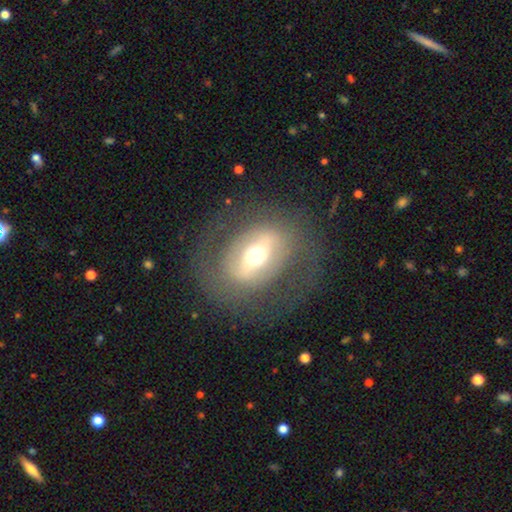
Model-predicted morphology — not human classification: Overall: featured or disk (64%; smooth 28%). Edge-on disk: no (90%). Bar: strong (50%; weak 28%). Spiral arms: no (67%; yes 33%). Bulge size: moderate (65%). Merging: none (72%).